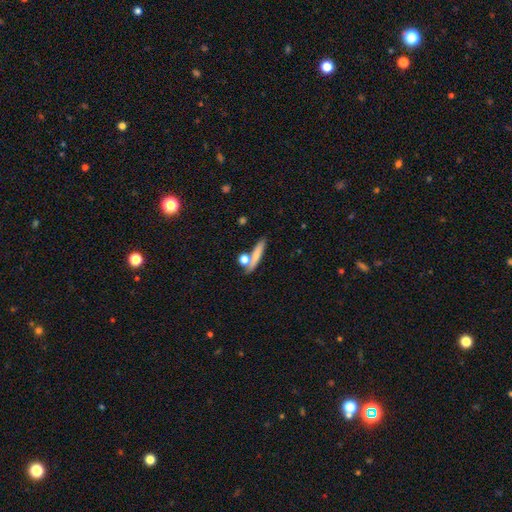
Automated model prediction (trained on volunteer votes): This is likely a smooth galaxy (69%). How rounded: likely cigar-shaped (67%). Merging: likely none (62%).